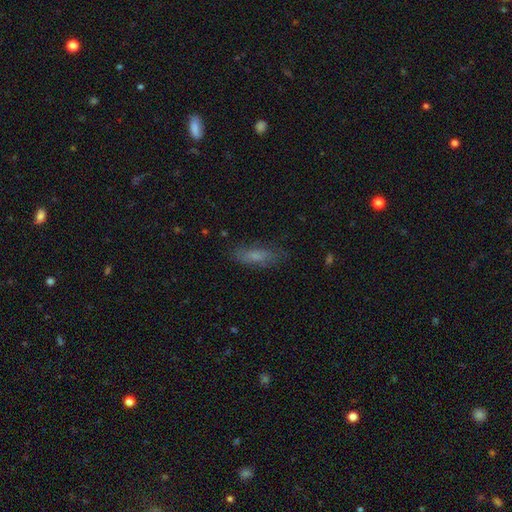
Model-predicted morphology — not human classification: smooth 65%, featured or disk 25%, star or artifact 10%. Down the decision tree: how rounded — in between (53%); merging — none (73%).